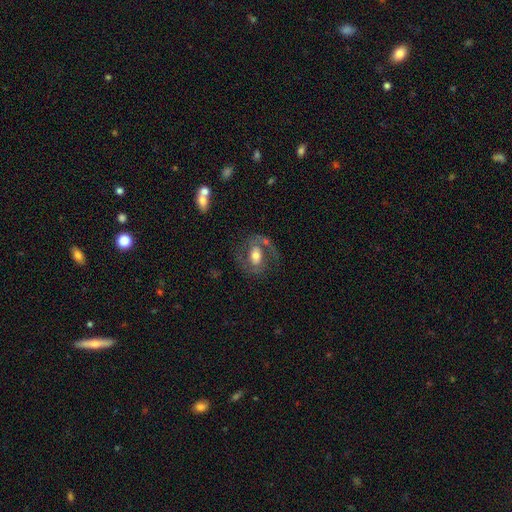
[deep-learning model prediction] Overall: featured or disk (67%). Edge-on disk: no (96%). Bar: no (45%; weak 37%). Spiral arms: yes (77%). Bulge size: moderate (61%; large 22%). Merging: none (64%).